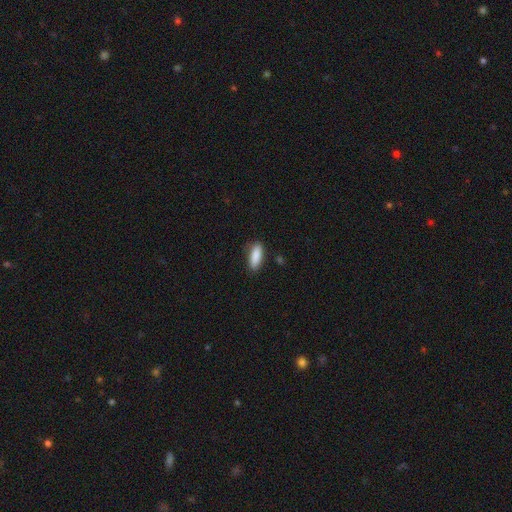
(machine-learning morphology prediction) type=smooth (87%); roundness=in between (64%); merging=none (80%).